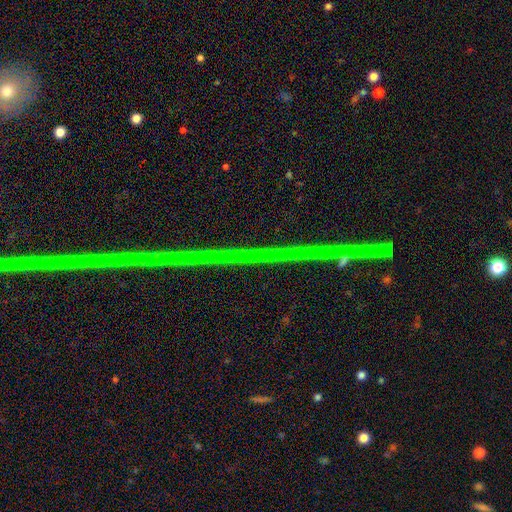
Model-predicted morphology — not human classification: smooth-or-featured: star or artifact: 83% | featured or disk: 12% | smooth: 5%